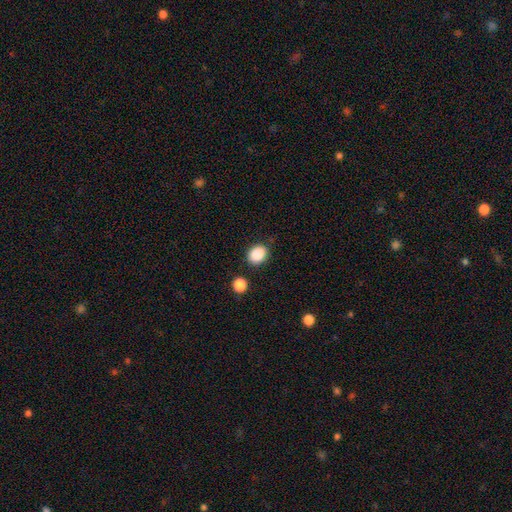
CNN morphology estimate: The model was most divided on "how rounded": in between: 50%, round: 49%, cigar-shaped: 1%. More confident: smooth or featured — smooth (88%); merging — none (83%).